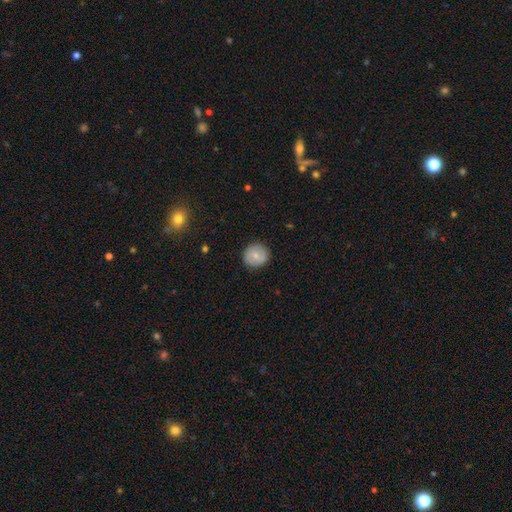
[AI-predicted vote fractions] Smooth or featured? smooth (71%)
How rounded? round (92%)
Merging? none (89%)